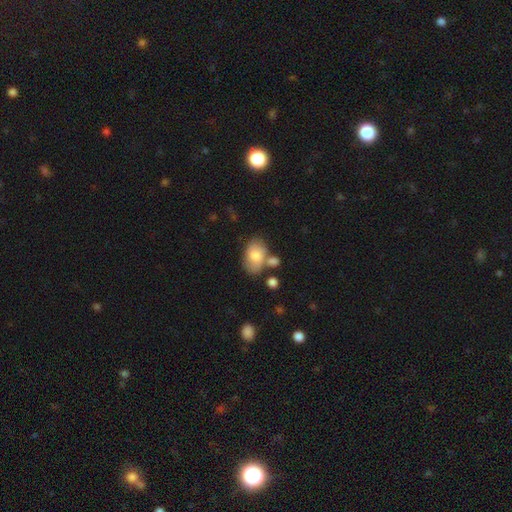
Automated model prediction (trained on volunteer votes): Overall: smooth (75%). How rounded: in between (87%). Merging: none (54%; minor disturbance 20%).